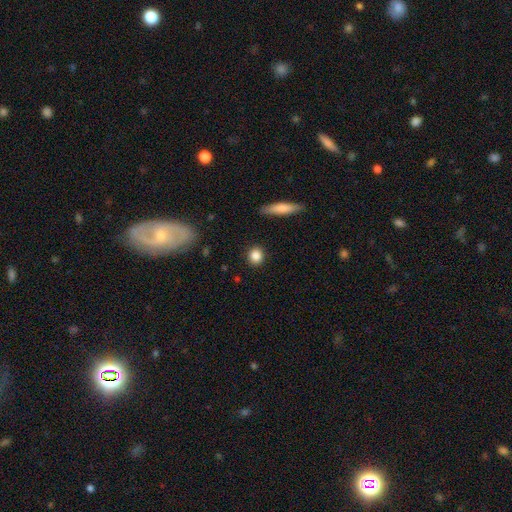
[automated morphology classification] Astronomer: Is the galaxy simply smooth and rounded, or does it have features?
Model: smooth — 85%.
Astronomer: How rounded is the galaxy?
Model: round — 80%.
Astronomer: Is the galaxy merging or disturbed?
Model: none — 90%.